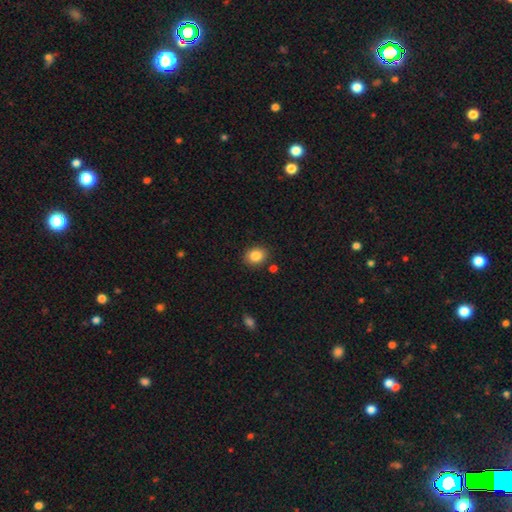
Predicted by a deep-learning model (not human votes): This is clearly a smooth galaxy (85%). How rounded: likely round (60%). Merging: clearly none (86%).